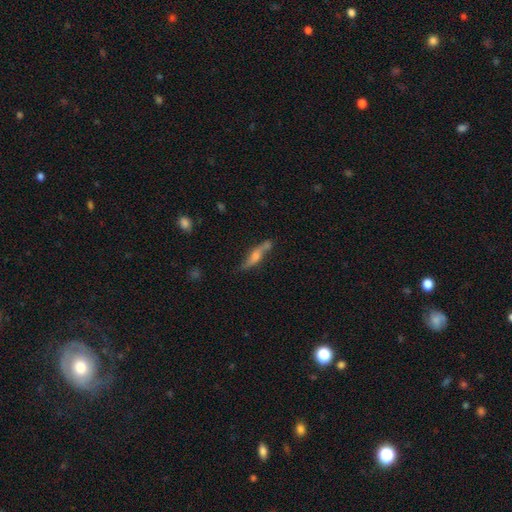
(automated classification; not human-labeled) A featured or disk galaxy (56%) viewed edge-on (83%).

Vote fractions:
- Smooth or featured? featured or disk: 56% / smooth: 37% / star or artifact: 7%
- Edge-on disk? yes: 83% / no: 17%
- Merging? none: 66% / minor disturbance: 20% / merger: 9% / major disturbance: 5%